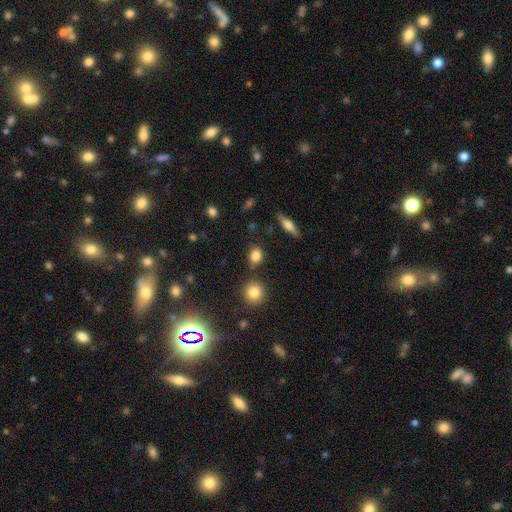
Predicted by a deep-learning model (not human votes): smooth-or-featured: smooth: 82% | star or artifact: 11% | featured or disk: 7%
  how-rounded: round: 57% | in between: 41% | cigar-shaped: 3%
  merging: none: 76% | minor disturbance: 13% | merger: 7% | major disturbance: 4%